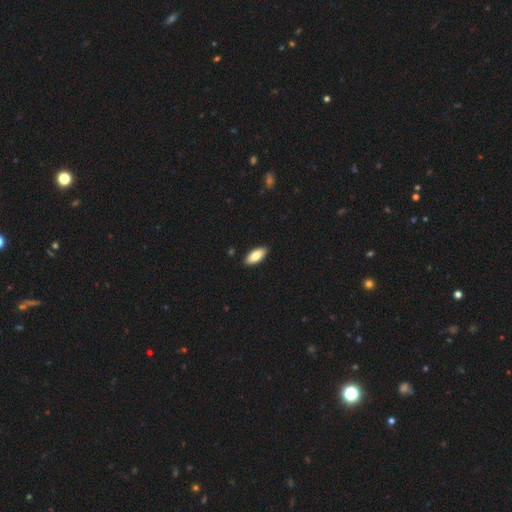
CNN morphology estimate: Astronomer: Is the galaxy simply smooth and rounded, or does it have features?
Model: smooth — 82%.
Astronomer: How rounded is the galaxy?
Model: in between — 88%.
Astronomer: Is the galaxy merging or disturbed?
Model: none — 90%.